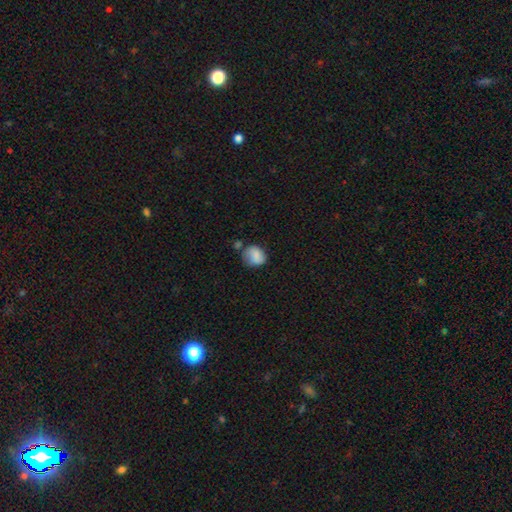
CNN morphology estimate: Q: Smooth or featured?
A: smooth (74%); runner-up: featured or disk (17%)
Q: How rounded?
A: round (65%); runner-up: in between (33%)
Q: Merging?
A: none (56%); runner-up: minor disturbance (26%)